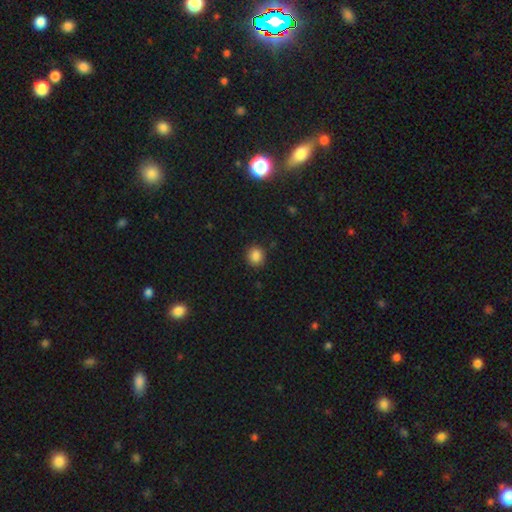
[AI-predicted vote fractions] Q: Smooth or featured?
A: smooth (86%); runner-up: star or artifact (10%)
Q: How rounded?
A: round (81%); runner-up: in between (18%)
Q: Merging?
A: none (89%); runner-up: minor disturbance (8%)